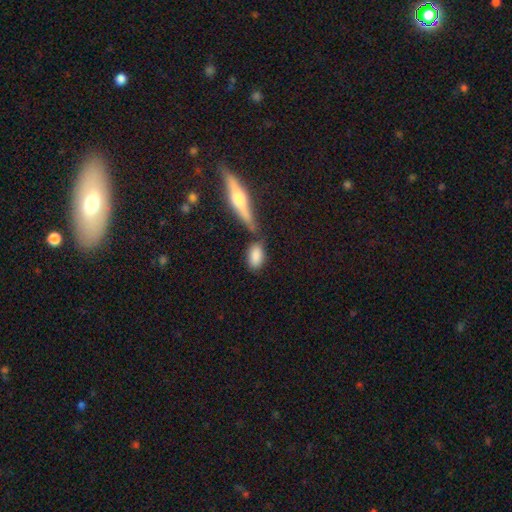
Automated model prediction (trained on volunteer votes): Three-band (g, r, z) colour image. It shows a smooth galaxy with no disk features (83%) that is in between round and cigar-shaped (86%). Merging: none (61%).